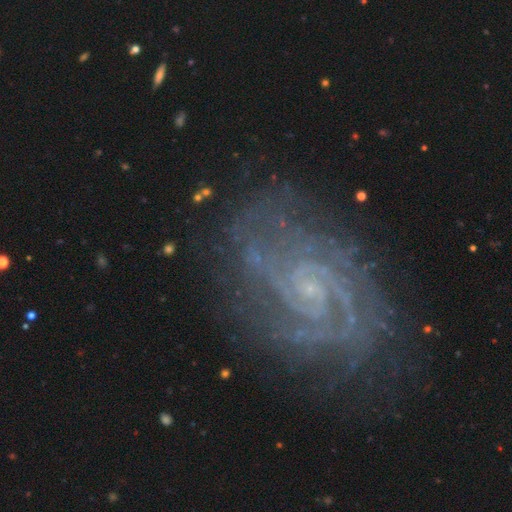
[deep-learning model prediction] The model was most divided on "bar": no: 63%, weak: 29%, strong: 8%. More confident: spiral arms — yes (98%); edge-on disk — no (98%); smooth or featured — featured or disk (91%); bulge size — small (80%); merging — none (73%); spiral winding — tight (66%); spiral arm count — 2 (59%).